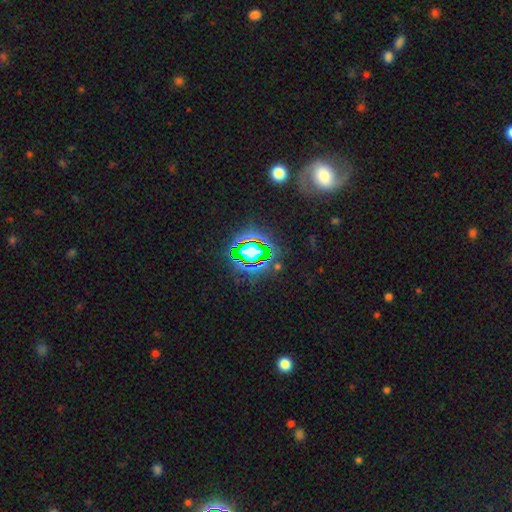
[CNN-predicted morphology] A star or artifact, not a galaxy (69%).

Vote fractions:
- Smooth or featured? star or artifact: 69% / featured or disk: 16% / smooth: 15%